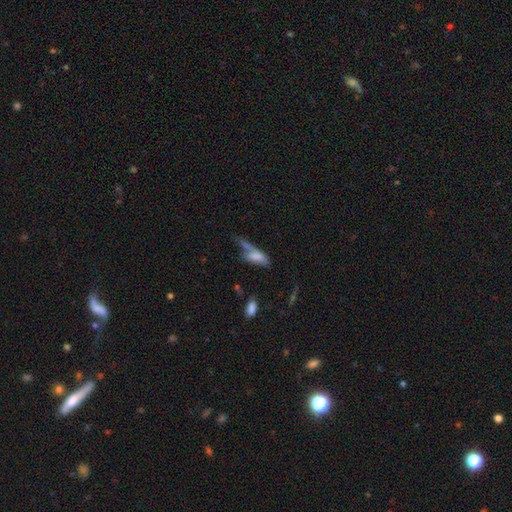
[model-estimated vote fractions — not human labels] Q: Smooth or featured?
A: smooth (67%); runner-up: featured or disk (23%)
Q: How rounded?
A: in between (70%); runner-up: cigar-shaped (27%)
Q: Merging?
A: merger (29%); runner-up: none (25%)